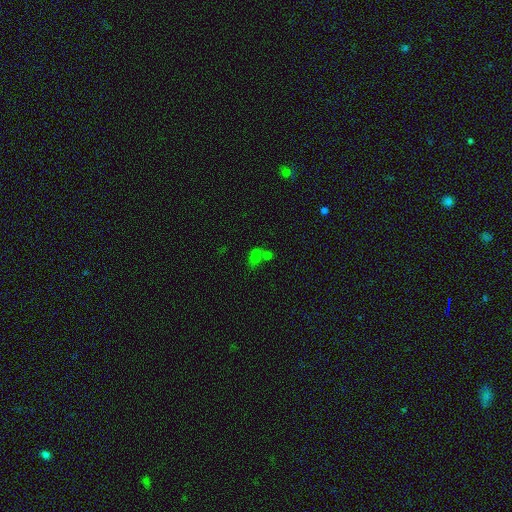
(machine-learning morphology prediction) Smooth or featured: smooth — 65% (star or artifact — 24%)
How rounded: in between — 79% (round — 17%)
Merging: merger — 48% (none — 33%)